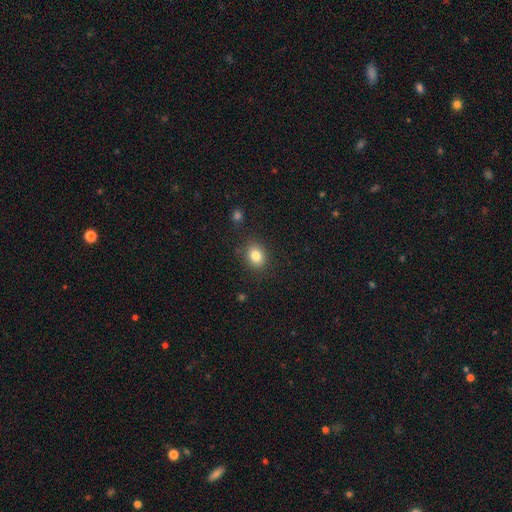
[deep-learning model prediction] A smooth galaxy with no disk features (82%) that is round (53%). Merging: none (85%).